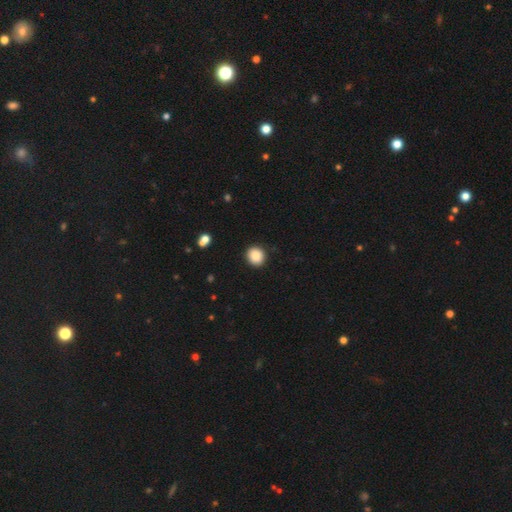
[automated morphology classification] A smooth galaxy with no disk features (87%) that is round (85%).

Vote fractions:
- Smooth or featured? smooth: 87% / star or artifact: 9% / featured or disk: 4%
- How rounded? round: 85% / in between: 14% / cigar-shaped: 1%
- Merging? none: 91% / minor disturbance: 6% / major disturbance: 2% / merger: 1%